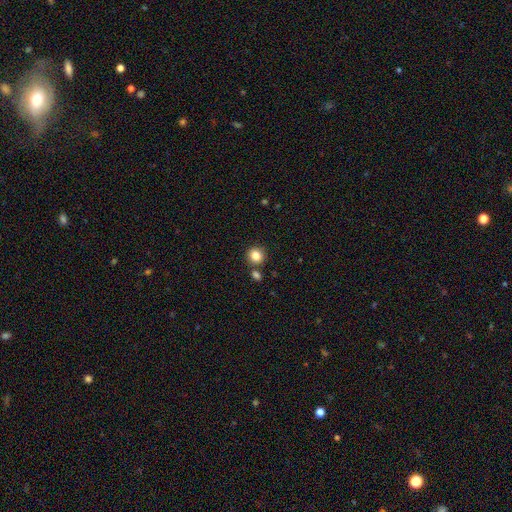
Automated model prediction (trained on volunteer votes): Morphology: type=smooth (84%); roundness=round (87%); merging=none (76%).